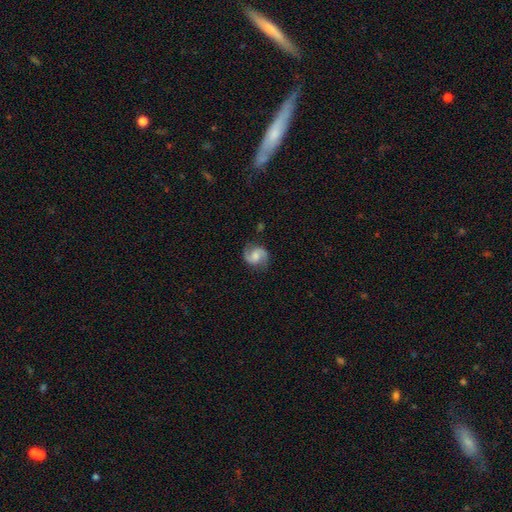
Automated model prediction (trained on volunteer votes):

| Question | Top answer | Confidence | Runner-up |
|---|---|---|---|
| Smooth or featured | featured or disk | 83% | smooth (11%) |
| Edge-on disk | no | 98% | yes (2%) |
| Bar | no | 48% | weak (43%) |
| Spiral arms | yes | 97% | no (3%) |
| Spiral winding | medium | 54% | loose (29%) |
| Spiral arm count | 2 | 93% | can't tell (2%) |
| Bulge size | moderate | 47% | small (30%) |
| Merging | none | 83% | minor disturbance (12%) |